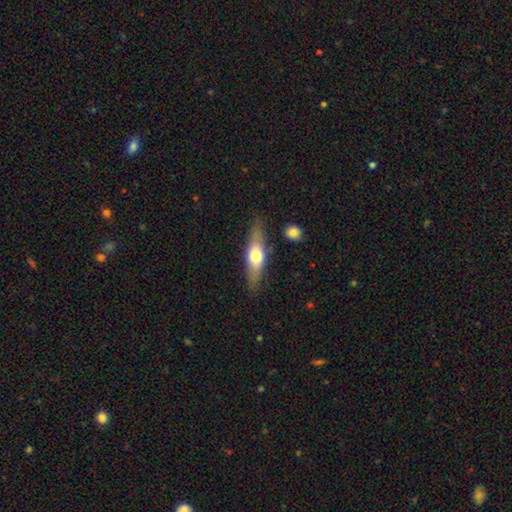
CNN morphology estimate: Q: Smooth or featured?
A: smooth (51%); runner-up: featured or disk (43%)
Q: How rounded?
A: cigar-shaped (55%); runner-up: in between (41%)
Q: Merging?
A: none (82%); runner-up: minor disturbance (11%)